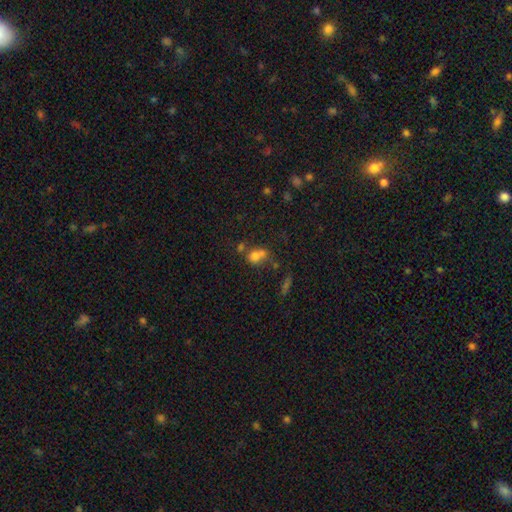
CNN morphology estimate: type=smooth (68%); roundness=round (56%); merging=merger (52%).